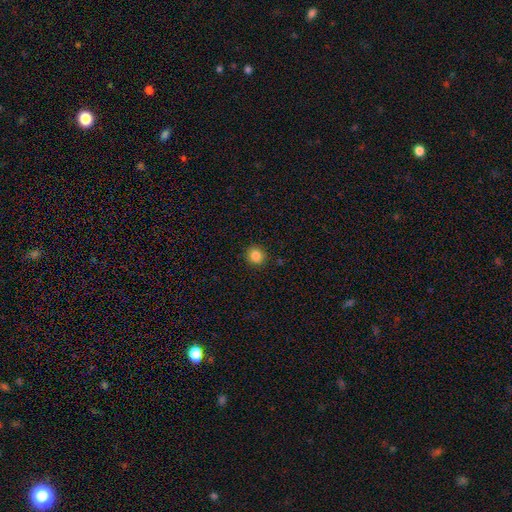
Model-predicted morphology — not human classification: smooth 85%, star or artifact 11%, featured or disk 4%. Down the decision tree: how rounded — round (84%); merging — none (90%).